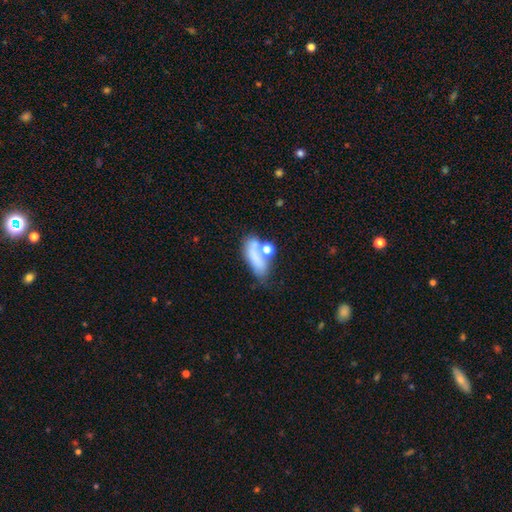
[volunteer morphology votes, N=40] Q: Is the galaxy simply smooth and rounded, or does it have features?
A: smooth — 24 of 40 (60%).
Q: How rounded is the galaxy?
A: in between — 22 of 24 (92%).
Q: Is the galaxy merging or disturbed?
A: merger — 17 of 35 (49%).